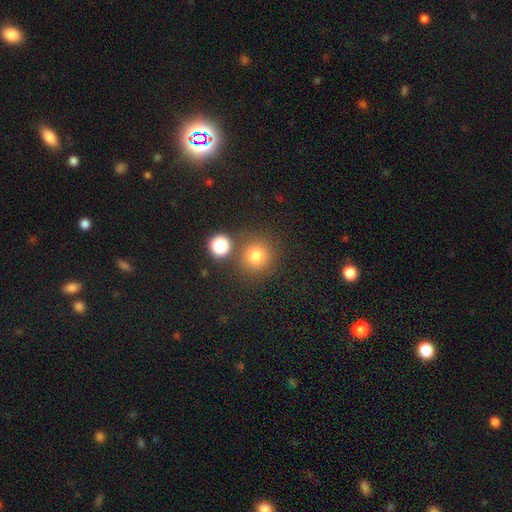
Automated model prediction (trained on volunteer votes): This appears to be a smooth galaxy with no disk features (78%) that is round (92%). Merging: none (80%).